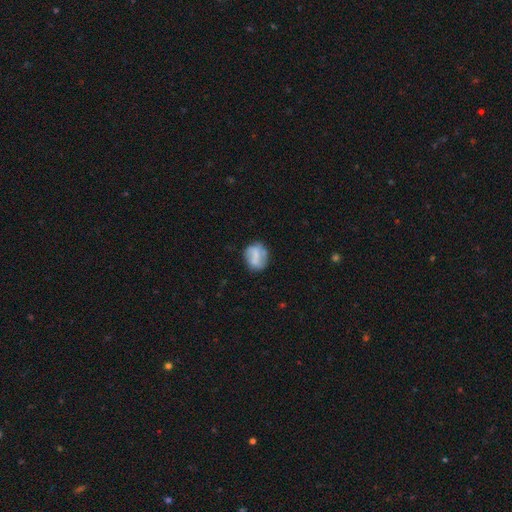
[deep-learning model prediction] A smooth galaxy with no disk features (58%) that is round (57%).

Vote fractions:
- Smooth or featured? smooth: 58% / featured or disk: 34% / star or artifact: 8%
- How rounded? round: 57% / in between: 42% / cigar-shaped: 2%
- Merging? none: 60% / minor disturbance: 23% / major disturbance: 10% / merger: 8%